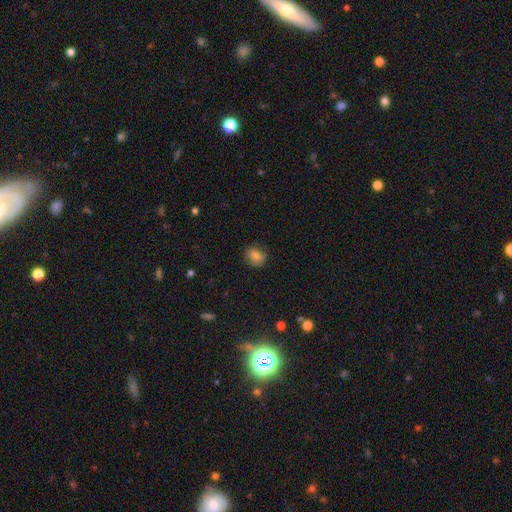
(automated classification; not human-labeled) Smooth or featured? Predicted: smooth (p=0.78). How rounded? Predicted: round (p=0.68). Merging? Predicted: none (p=0.80).